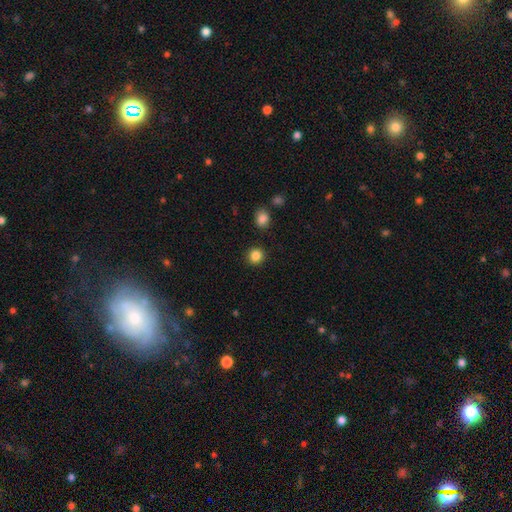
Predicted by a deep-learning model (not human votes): smooth-or-featured: smooth: 86% | star or artifact: 11% | featured or disk: 4%
  how-rounded: round: 89% | in between: 10% | cigar-shaped: 1%
  merging: none: 90% | minor disturbance: 6% | major disturbance: 2% | merger: 2%